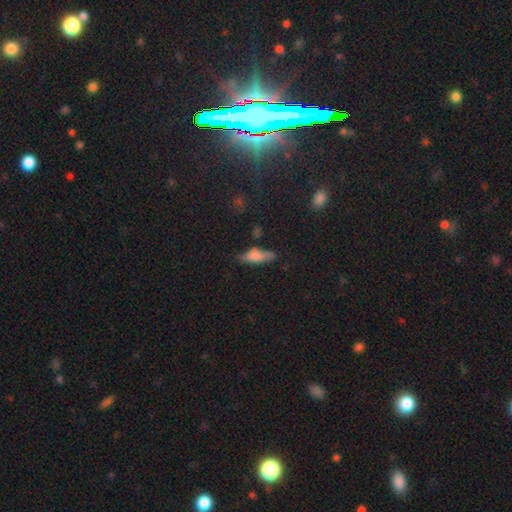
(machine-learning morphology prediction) Q: Smooth or featured?
A: smooth (66%); runner-up: featured or disk (24%)
Q: How rounded?
A: in between (59%); runner-up: cigar-shaped (37%)
Q: Merging?
A: none (50%); runner-up: minor disturbance (32%)